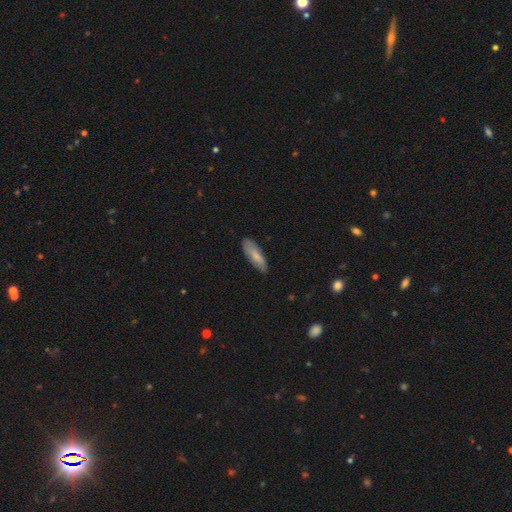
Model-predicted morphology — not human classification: Smooth or featured: smooth — 76% (featured or disk — 19%)
How rounded: in between — 52% (cigar-shaped — 46%)
Merging: none — 82% (minor disturbance — 14%)